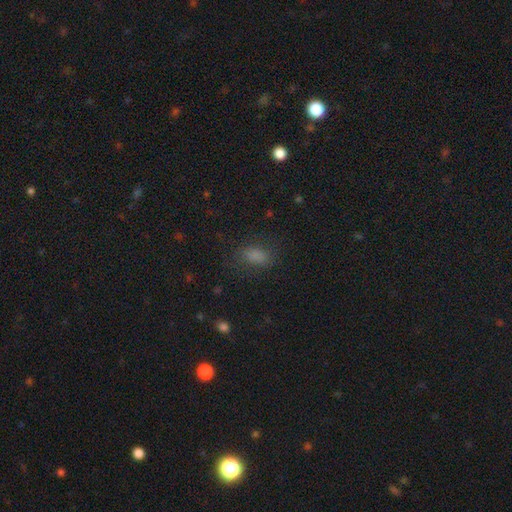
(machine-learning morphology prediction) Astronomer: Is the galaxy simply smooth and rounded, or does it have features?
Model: smooth — 79%.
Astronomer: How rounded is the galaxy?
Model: in between — 86%.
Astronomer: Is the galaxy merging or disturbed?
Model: none — 73%.